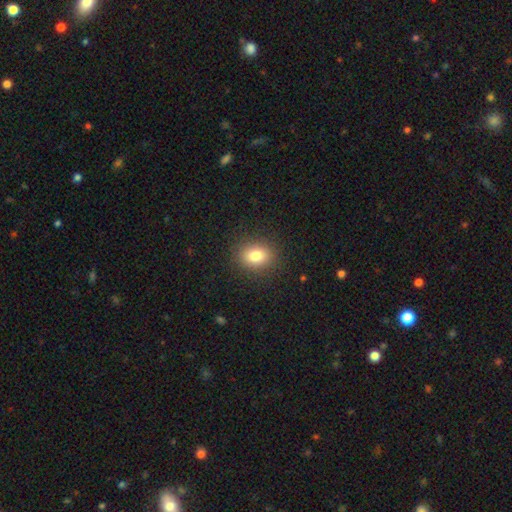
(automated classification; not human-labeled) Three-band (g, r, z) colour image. It shows a smooth galaxy with no disk features (81%) that is in between round and cigar-shaped (53%). Merging: none (89%).